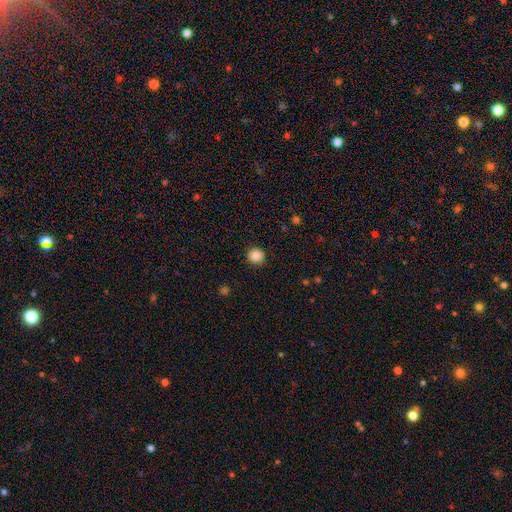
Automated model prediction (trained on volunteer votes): Smooth or featured?
  - smooth: 87% *
  - star or artifact: 10%
  - featured or disk: 4%
How rounded?
  - round: 92% *
  - in between: 7%
  - cigar-shaped: 1%
Merging?
  - none: 90% *
  - minor disturbance: 7%
  - major disturbance: 2%
  - merger: 1%